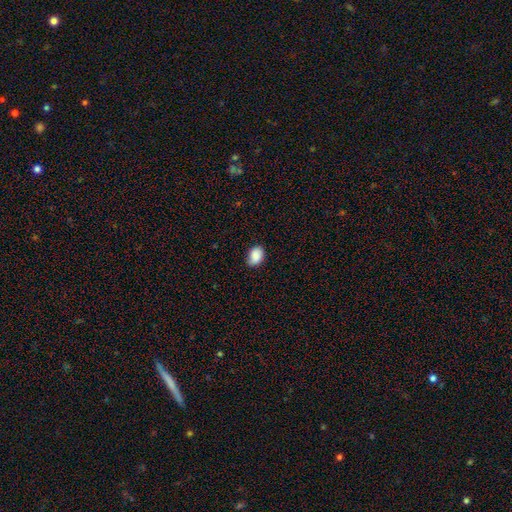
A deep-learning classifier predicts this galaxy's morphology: smooth_or_featured: smooth (p=0.87) [alt: star or artifact p=0.07]
how_rounded: in between (p=0.75) [alt: round p=0.24]
merging: none (p=0.78) [alt: minor disturbance p=0.18]